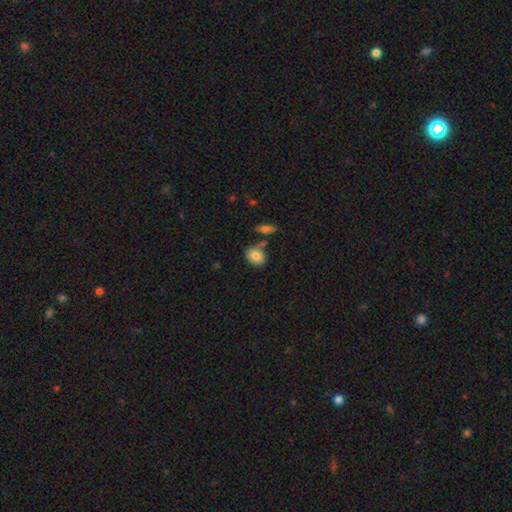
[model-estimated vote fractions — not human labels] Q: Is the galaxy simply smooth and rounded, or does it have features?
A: smooth — 83%.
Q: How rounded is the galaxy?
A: in between — 57%.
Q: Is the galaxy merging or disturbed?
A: none — 66%.